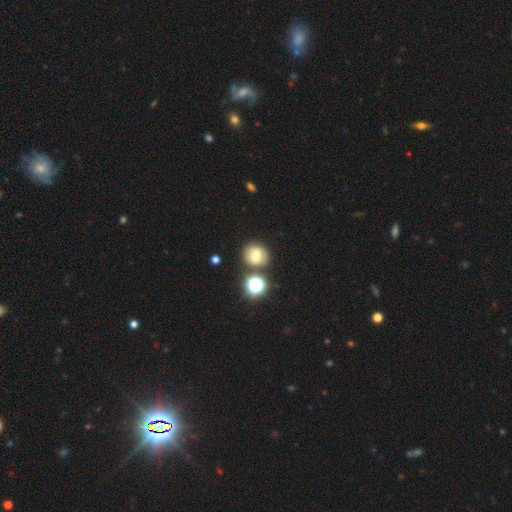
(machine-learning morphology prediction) This appears to be a smooth galaxy with no disk features (64%) that is round (75%). Merging: none (76%).